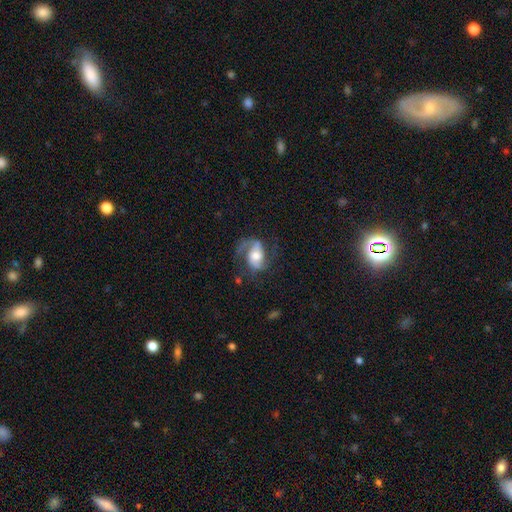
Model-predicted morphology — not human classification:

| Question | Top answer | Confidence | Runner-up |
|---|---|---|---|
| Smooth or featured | featured or disk | 77% | smooth (17%) |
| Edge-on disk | no | 97% | yes (3%) |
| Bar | no | 44% | weak (37%) |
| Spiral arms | yes | 94% | no (6%) |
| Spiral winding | medium | 48% | loose (38%) |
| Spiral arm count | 2 | 79% | 1 (14%) |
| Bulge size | moderate | 54% | large (24%) |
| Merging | none | 59% | major disturbance (20%) |